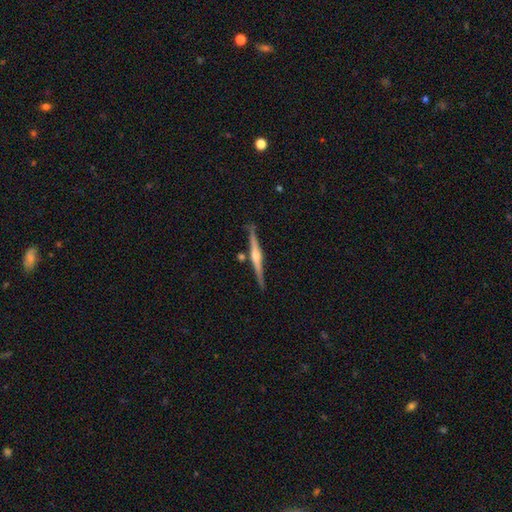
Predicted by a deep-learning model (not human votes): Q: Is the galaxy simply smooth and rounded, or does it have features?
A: featured or disk — 77%.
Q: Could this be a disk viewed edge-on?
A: yes — 98%.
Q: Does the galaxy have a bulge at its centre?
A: rounded — 84%.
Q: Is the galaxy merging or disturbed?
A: none — 85%.